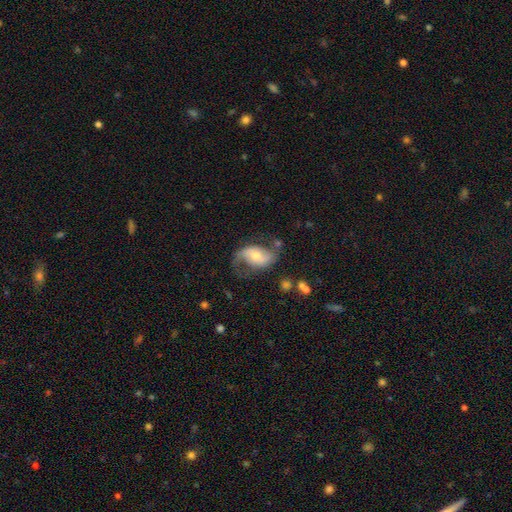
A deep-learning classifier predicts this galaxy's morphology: A featured or disk galaxy (73%) with no bar (48%), 2 (83%) loose (60%) spiral arms (89%) and a moderate central bulge (60%).

Vote fractions:
- Smooth or featured? featured or disk: 73% / smooth: 21% / star or artifact: 7%
- Edge-on disk? no: 96% / yes: 4%
- Bar? no: 48% / weak: 35% / strong: 17%
- Spiral arms? yes: 89% / no: 11%
- Spiral winding? loose: 60% / medium: 32% / tight: 9%
- Spiral arm count? 2: 83% / 1: 9% / can't tell: 5% / 3: 1% / 4: 1% / more than 4: 1%
- Bulge size? moderate: 60% / small: 31% / large: 6% / none: 2% / dominant: 1%
- Merging? none: 53% / minor disturbance: 23% / major disturbance: 21% / merger: 3%